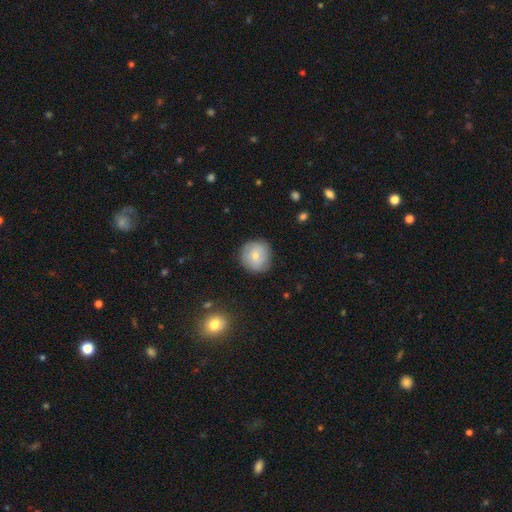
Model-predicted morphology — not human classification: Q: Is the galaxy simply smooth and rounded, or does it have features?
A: smooth — 63%.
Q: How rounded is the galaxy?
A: round — 93%.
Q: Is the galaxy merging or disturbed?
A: none — 83%.